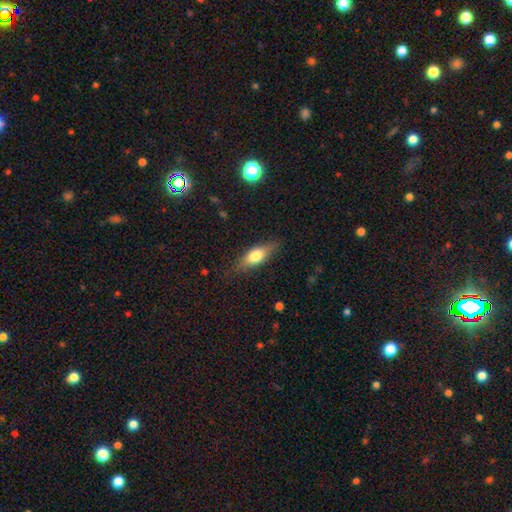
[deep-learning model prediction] A smooth galaxy with no disk features (65%) that is in between round and cigar-shaped (66%). Merging: none (80%).